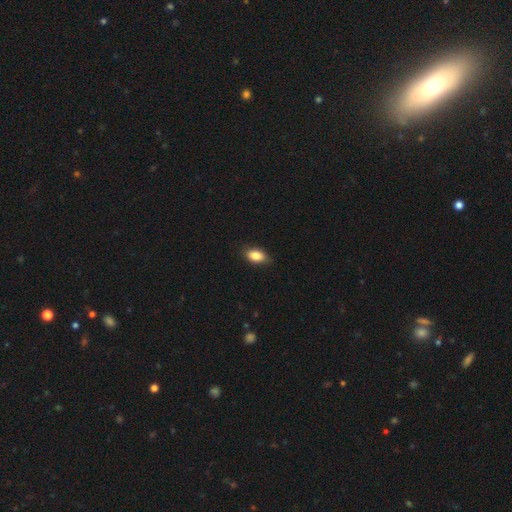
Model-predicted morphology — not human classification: Smooth or featured? smooth (86%)
How rounded? in between (89%)
Merging? none (84%)